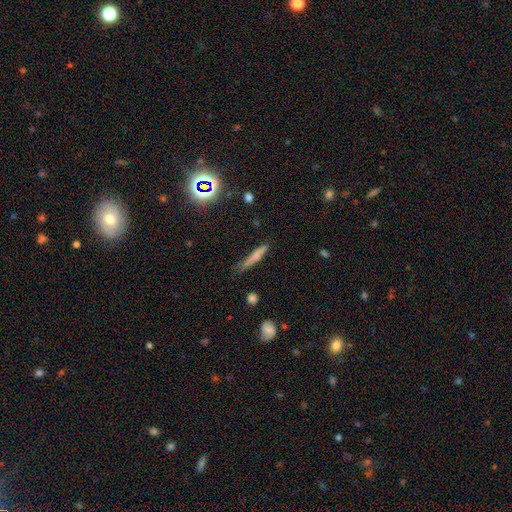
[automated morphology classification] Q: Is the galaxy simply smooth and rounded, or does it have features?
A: smooth — 68%.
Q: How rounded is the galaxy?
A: cigar-shaped — 89%.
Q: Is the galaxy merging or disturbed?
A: none — 65%.